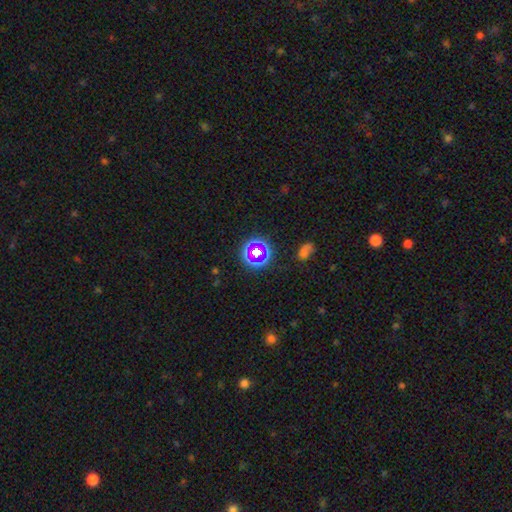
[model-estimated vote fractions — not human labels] smooth_or_featured: star or artifact (p=0.46) [alt: smooth p=0.35]